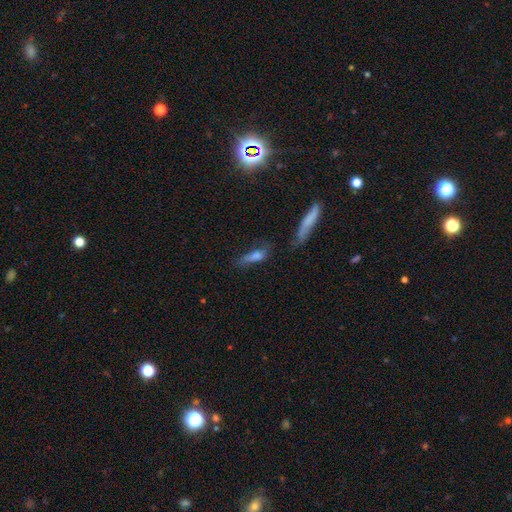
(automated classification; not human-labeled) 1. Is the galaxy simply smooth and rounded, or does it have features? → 64% smooth, 24% featured or disk, 13% star or artifact.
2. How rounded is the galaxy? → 61% cigar-shaped, 35% in between, 4% round.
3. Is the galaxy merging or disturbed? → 45% none, 28% minor disturbance, 18% major disturbance, 9% merger.